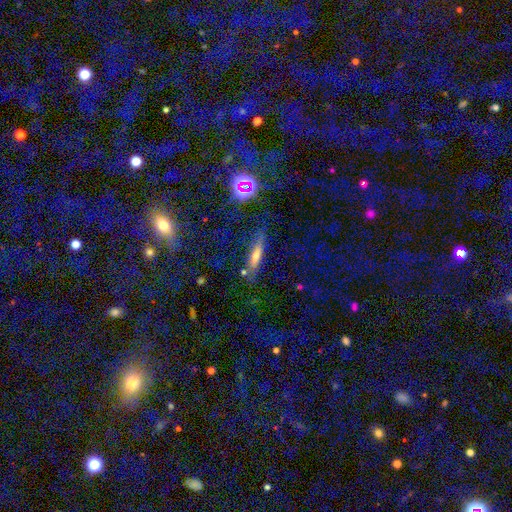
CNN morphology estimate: A smooth galaxy with no disk features (49%). Merging: none (76%).